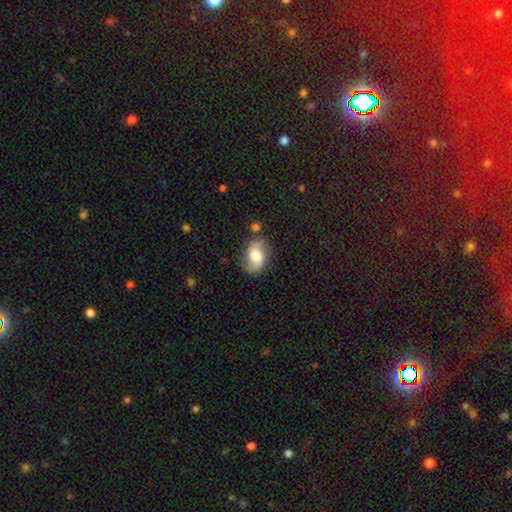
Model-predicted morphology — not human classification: Smooth or featured? Predicted: featured or disk (p=0.65). Edge-on disk? Predicted: no (p=0.97). Bar? Predicted: no (p=0.57). Spiral arms? Predicted: yes (p=0.92). Spiral winding? Predicted: loose (p=0.53). Spiral arm count? Predicted: 2 (p=0.91). Bulge size? Predicted: moderate (p=0.47). Merging? Predicted: none (p=0.73).